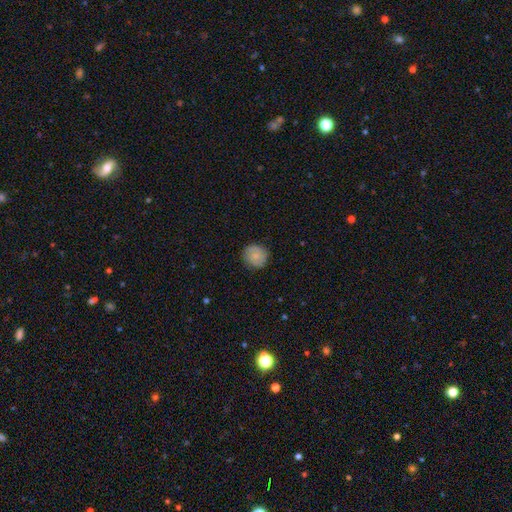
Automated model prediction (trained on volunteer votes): Smooth or featured: smooth — 73% (featured or disk — 20%)
How rounded: round — 90% (in between — 9%)
Merging: none — 84% (minor disturbance — 12%)